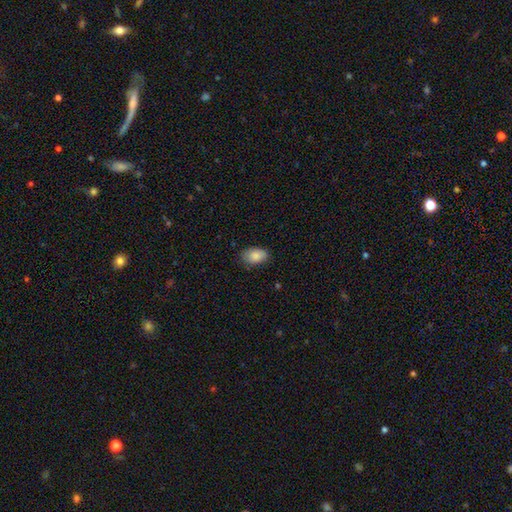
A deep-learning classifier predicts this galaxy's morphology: Smooth or featured?
  - smooth: 86% *
  - star or artifact: 7%
  - featured or disk: 7%
How rounded?
  - in between: 90% *
  - round: 8%
  - cigar-shaped: 1%
Merging?
  - none: 76% *
  - minor disturbance: 20%
  - major disturbance: 3%
  - merger: 1%